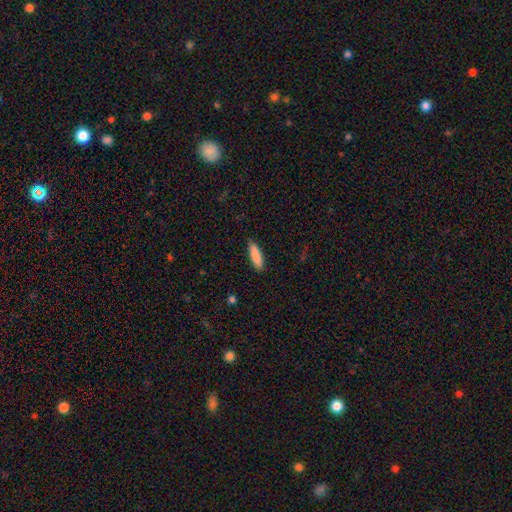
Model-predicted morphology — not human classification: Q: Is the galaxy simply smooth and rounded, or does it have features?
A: smooth — 87%.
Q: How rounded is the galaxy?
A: cigar-shaped — 59%.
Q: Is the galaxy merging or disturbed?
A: none — 86%.